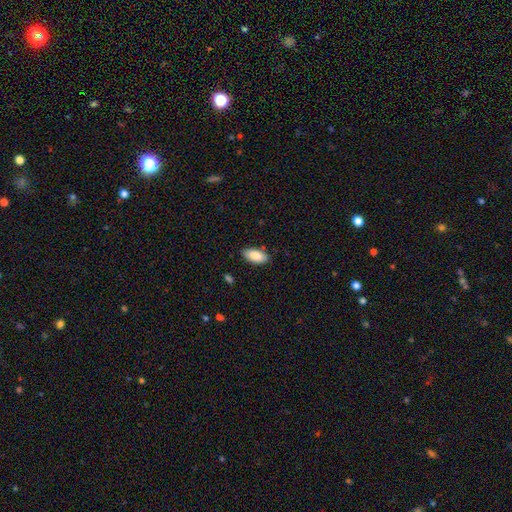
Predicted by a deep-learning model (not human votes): A smooth galaxy with no disk features (88%) that is in between round and cigar-shaped (92%).

Vote fractions:
- Smooth or featured? smooth: 88% / star or artifact: 6% / featured or disk: 6%
- How rounded? in between: 92% / cigar-shaped: 6% / round: 2%
- Merging? none: 85% / minor disturbance: 12% / major disturbance: 2% / merger: 1%